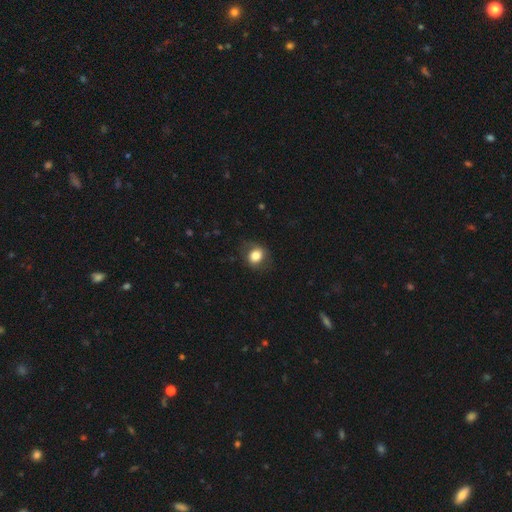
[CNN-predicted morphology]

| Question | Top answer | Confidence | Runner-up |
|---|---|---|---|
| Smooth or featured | smooth | 79% | featured or disk (13%) |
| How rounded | round | 63% | in between (36%) |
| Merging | none | 74% | minor disturbance (18%) |